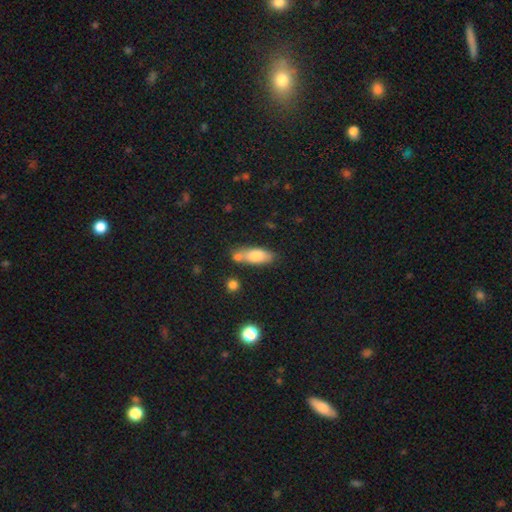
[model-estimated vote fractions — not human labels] Smooth or featured: smooth — 77% (featured or disk — 15%)
How rounded: in between — 72% (cigar-shaped — 25%)
Merging: none — 54% (merger — 24%)